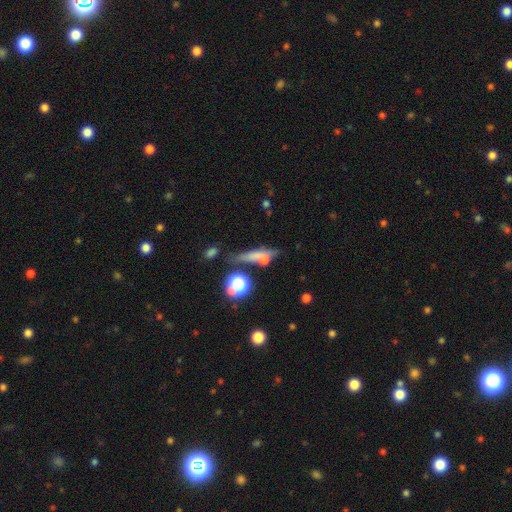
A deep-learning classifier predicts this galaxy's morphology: smooth 52%, featured or disk 31%, star or artifact 17%. Down the decision tree: how rounded — cigar-shaped (55%); merging — none (52%).